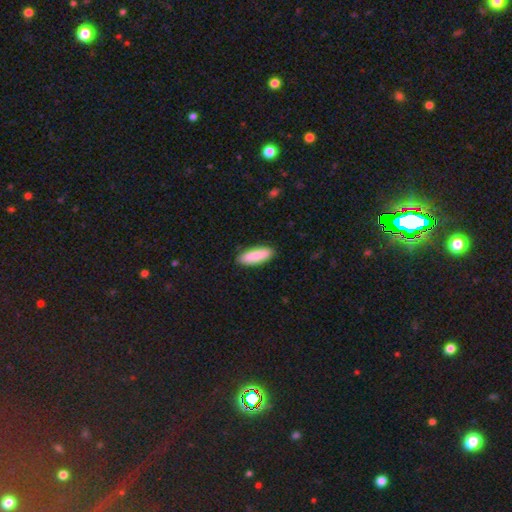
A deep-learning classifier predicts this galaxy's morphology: smooth 85%, featured or disk 10%, star or artifact 5%. Down the decision tree: how rounded — in between (63%); merging — none (88%).